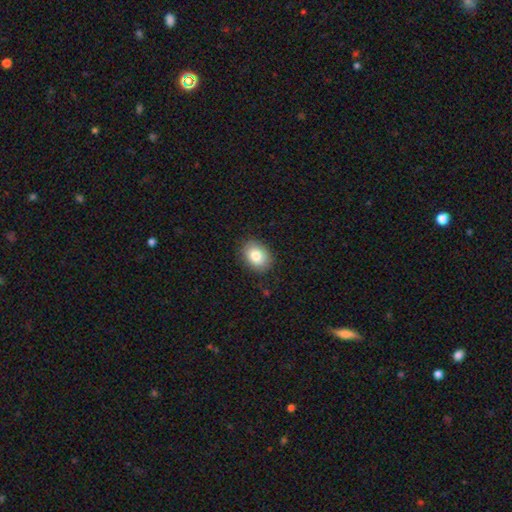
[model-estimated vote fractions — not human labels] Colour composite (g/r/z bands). It shows a smooth galaxy with no disk features (83%) that is in between round and cigar-shaped (69%). Merging: none (85%).